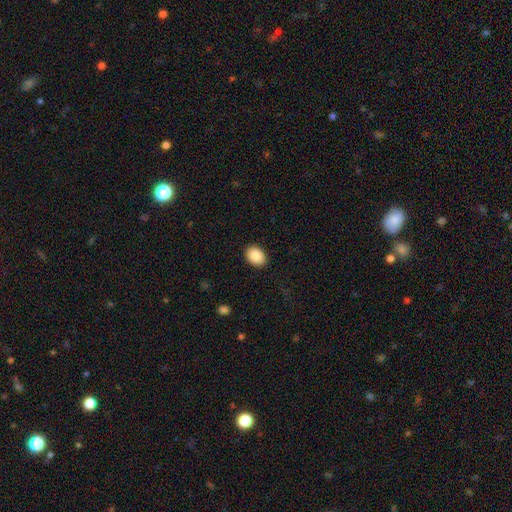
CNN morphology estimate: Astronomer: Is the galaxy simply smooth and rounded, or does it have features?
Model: smooth — 89%.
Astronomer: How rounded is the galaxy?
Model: in between — 70%.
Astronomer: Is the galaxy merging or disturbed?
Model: none — 90%.